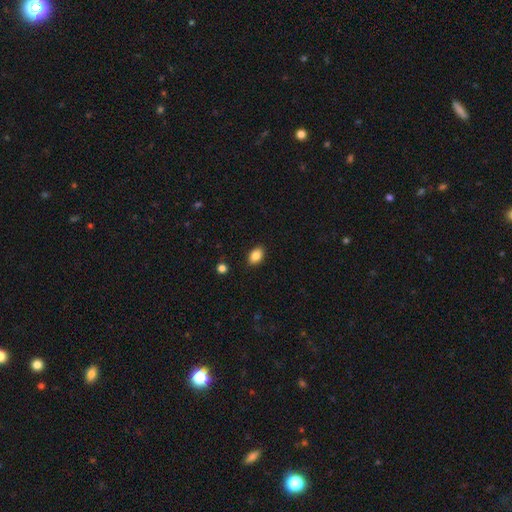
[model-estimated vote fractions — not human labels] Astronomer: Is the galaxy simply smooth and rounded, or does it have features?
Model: smooth — 87%.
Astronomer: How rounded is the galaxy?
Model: in between — 87%.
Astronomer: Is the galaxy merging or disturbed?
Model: none — 89%.